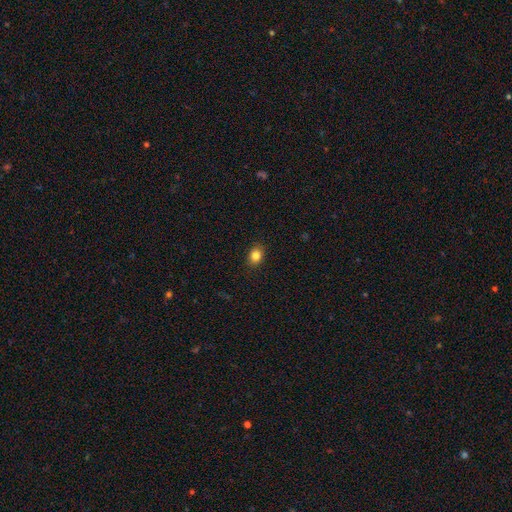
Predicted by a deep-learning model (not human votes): Smooth or featured?
  - smooth: 84% *
  - star or artifact: 10%
  - featured or disk: 6%
How rounded?
  - in between: 55% *
  - round: 44%
  - cigar-shaped: 1%
Merging?
  - none: 89% *
  - minor disturbance: 8%
  - major disturbance: 2%
  - merger: 1%